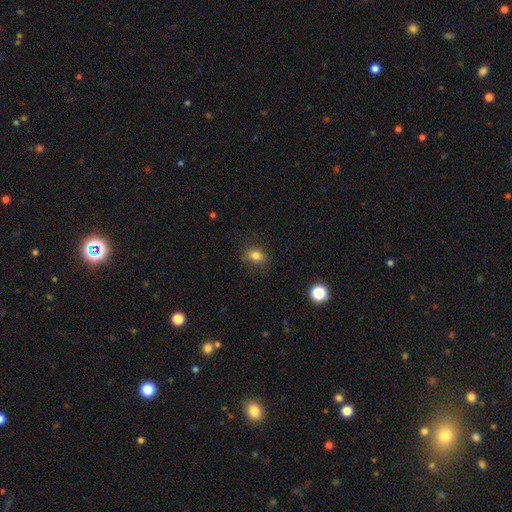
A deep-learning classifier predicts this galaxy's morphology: This appears to be a smooth galaxy with no disk features (81%) that is in between round and cigar-shaped (58%). Merging: none (79%).